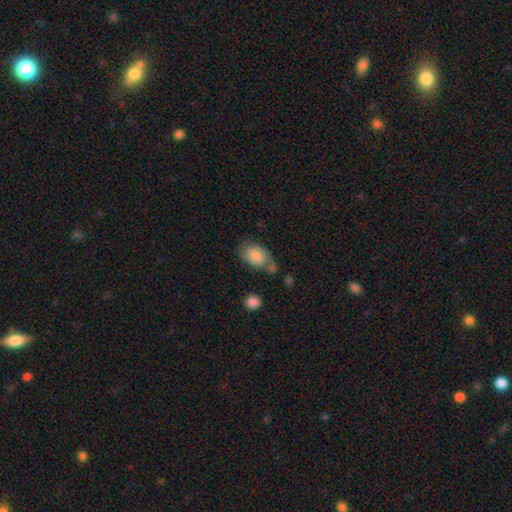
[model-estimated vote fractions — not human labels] Q: Smooth or featured?
A: smooth (77%); runner-up: featured or disk (16%)
Q: How rounded?
A: in between (86%); runner-up: round (12%)
Q: Merging?
A: none (49%); runner-up: minor disturbance (24%)